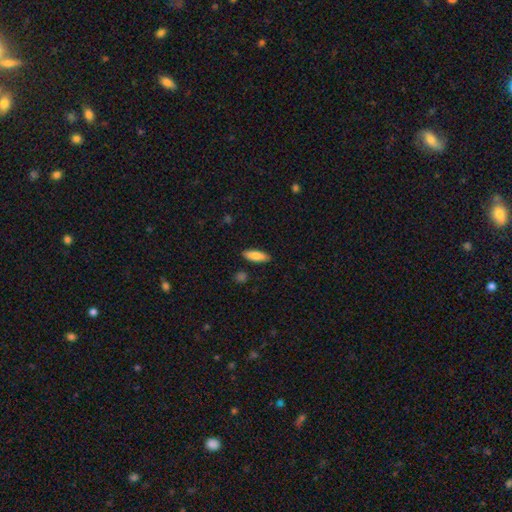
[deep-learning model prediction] Overall: smooth (82%). How rounded: in between (55%; cigar-shaped 43%). Merging: none (88%).